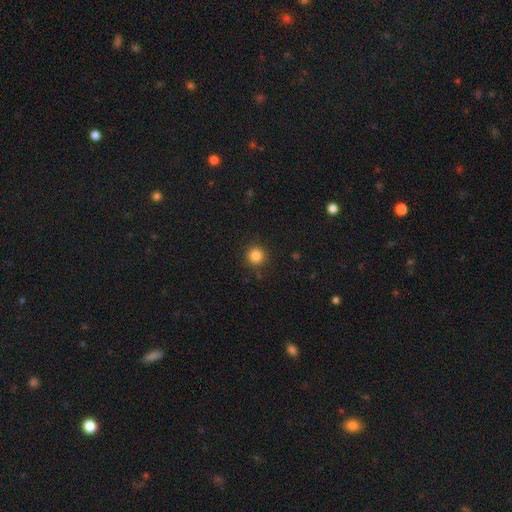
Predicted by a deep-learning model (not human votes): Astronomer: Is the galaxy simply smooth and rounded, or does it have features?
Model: smooth — 84%.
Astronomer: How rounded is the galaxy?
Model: round — 95%.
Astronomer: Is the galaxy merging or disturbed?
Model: none — 91%.